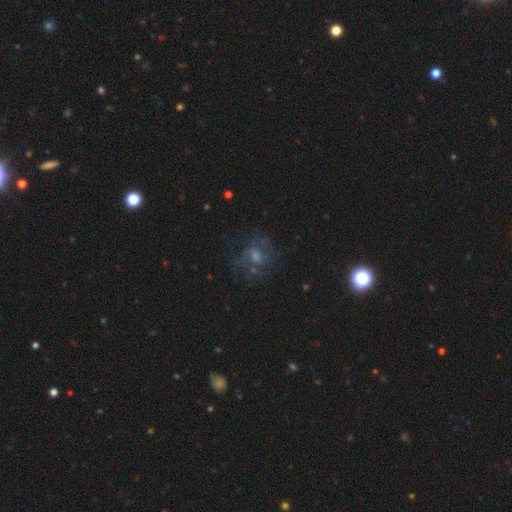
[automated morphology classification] Overall: featured or disk (56%; star or artifact 24%). Edge-on disk: no (96%). Bar: no (53%; weak 39%). Spiral arms: yes (73%). Bulge size: moderate (42%; small 33%). Merging: none (65%).